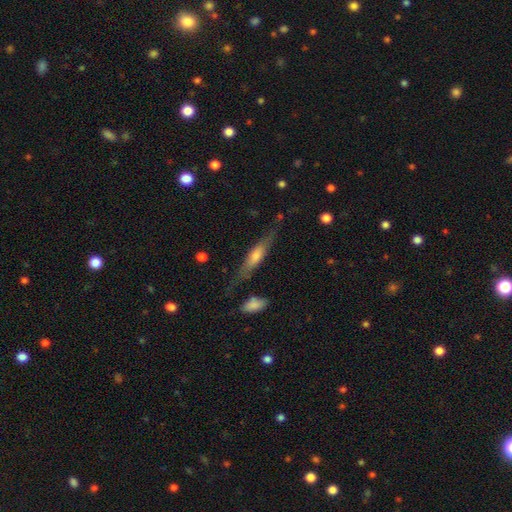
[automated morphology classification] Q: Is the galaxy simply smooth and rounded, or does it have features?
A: featured or disk — 54%.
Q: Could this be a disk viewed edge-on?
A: yes — 89%.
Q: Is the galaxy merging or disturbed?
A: none — 71%.